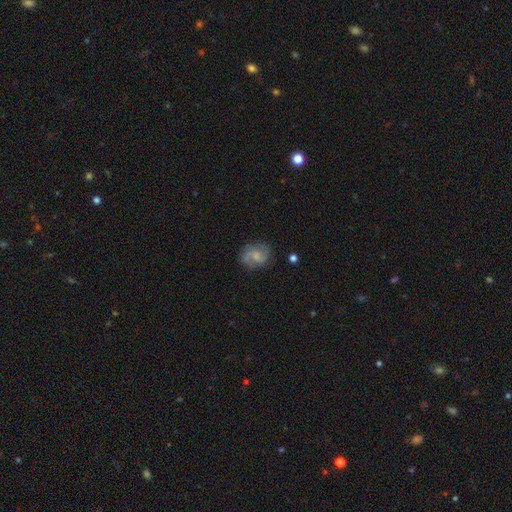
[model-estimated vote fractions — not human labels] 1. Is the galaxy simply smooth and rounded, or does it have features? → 56% featured or disk, 36% smooth, 8% star or artifact.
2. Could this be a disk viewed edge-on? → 97% no, 3% yes.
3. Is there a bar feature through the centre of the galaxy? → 46% no (tied), 46% weak (tied), 8% strong.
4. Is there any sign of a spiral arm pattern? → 88% yes, 12% no.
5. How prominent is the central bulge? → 37% small, 32% moderate, 25% none, 5% large, 1% dominant.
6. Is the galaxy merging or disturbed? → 71% none, 19% minor disturbance, 8% major disturbance, 2% merger.